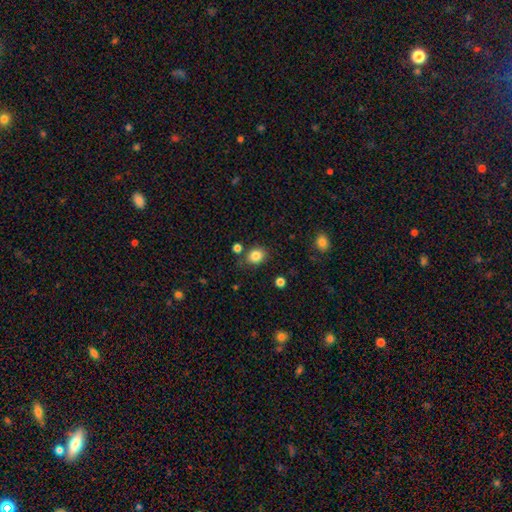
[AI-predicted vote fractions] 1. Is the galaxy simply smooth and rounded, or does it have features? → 83% smooth, 10% star or artifact, 6% featured or disk.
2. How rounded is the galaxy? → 57% round, 42% in between, 1% cigar-shaped.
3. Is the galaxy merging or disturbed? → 77% none, 13% minor disturbance, 6% merger, 4% major disturbance.